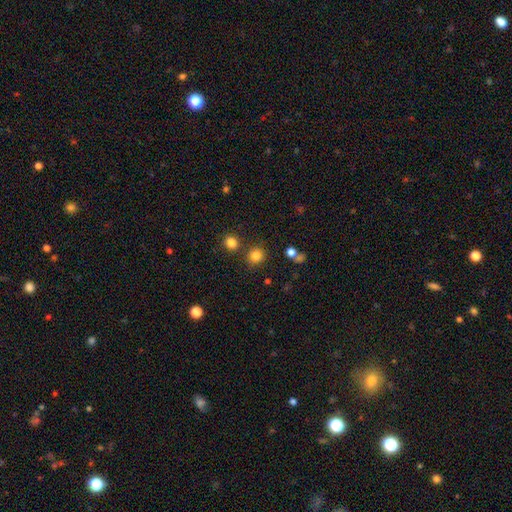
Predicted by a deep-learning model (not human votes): Q: Smooth or featured?
A: smooth (82%); runner-up: star or artifact (13%)
Q: How rounded?
A: round (90%); runner-up: in between (9%)
Q: Merging?
A: none (81%); runner-up: merger (9%)